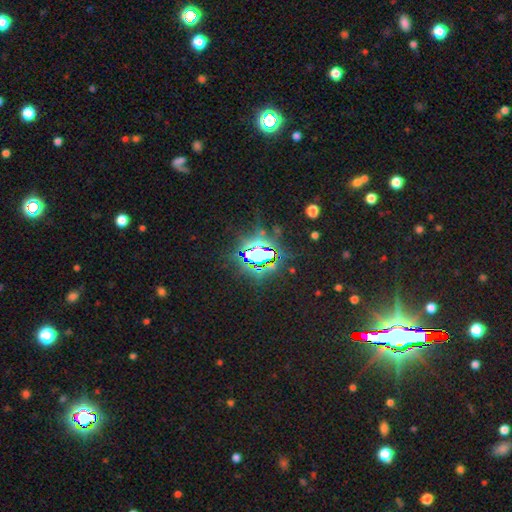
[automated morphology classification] This is clearly a star or artifact rather than a galaxy (81%).